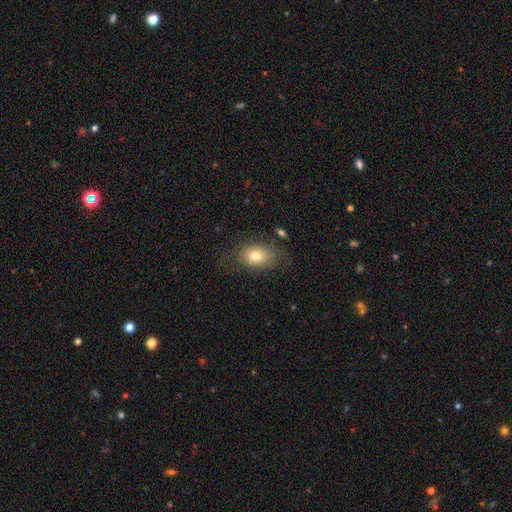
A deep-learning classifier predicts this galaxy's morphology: Overall: smooth (74%). How rounded: in between (78%). Merging: none (66%).